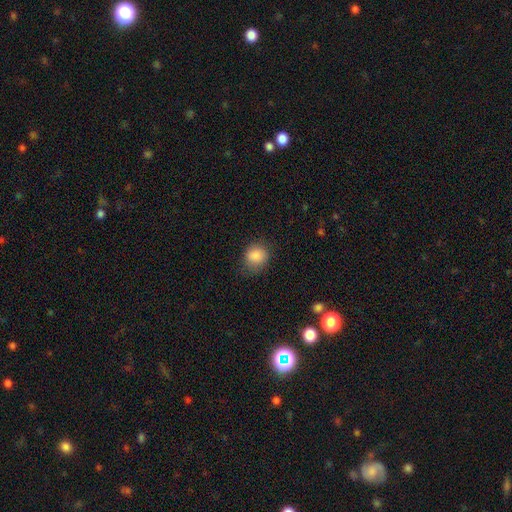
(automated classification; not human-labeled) Smooth or featured: smooth — 86% (star or artifact — 9%)
How rounded: round — 76% (in between — 24%)
Merging: none — 75% (minor disturbance — 19%)